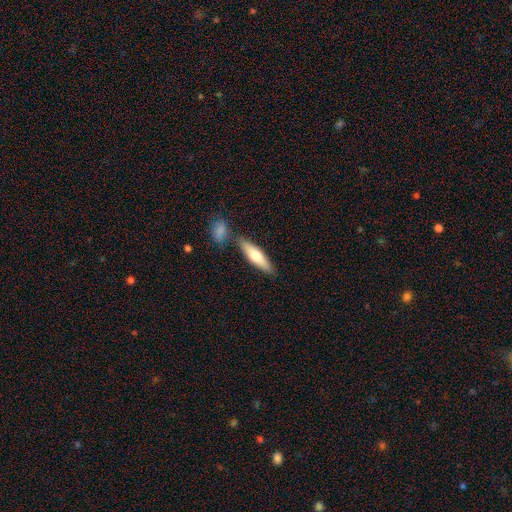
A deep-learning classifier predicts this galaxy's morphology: type=smooth (63%); roundness=cigar-shaped (65%); merging=none (75%).